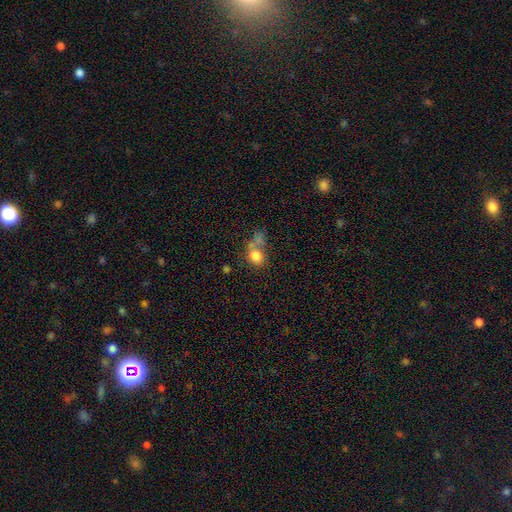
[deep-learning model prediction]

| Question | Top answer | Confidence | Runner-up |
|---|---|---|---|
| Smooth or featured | smooth | 78% | featured or disk (11%) |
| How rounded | round | 59% | in between (40%) |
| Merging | merger | 40% | none (34%) |